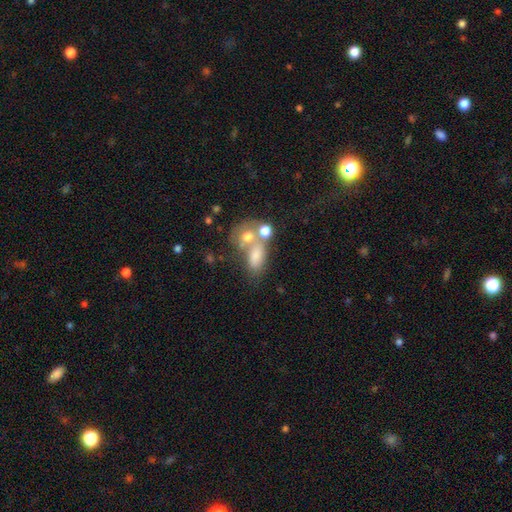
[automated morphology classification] A smooth galaxy with no disk features (66%) that is in between round and cigar-shaped (76%). Merging: merger (48%).